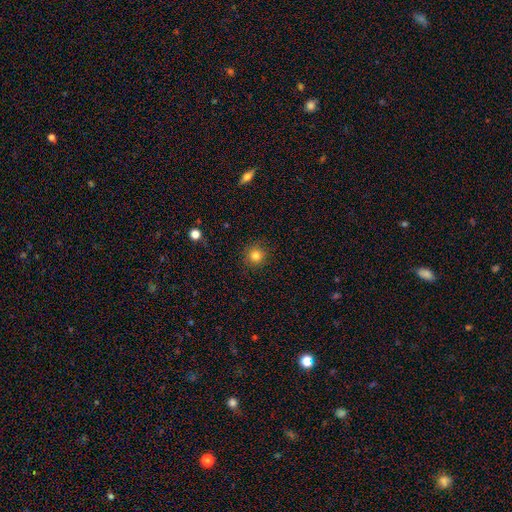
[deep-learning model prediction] A smooth galaxy with no disk features (82%) that is round (94%). Merging: none (90%).